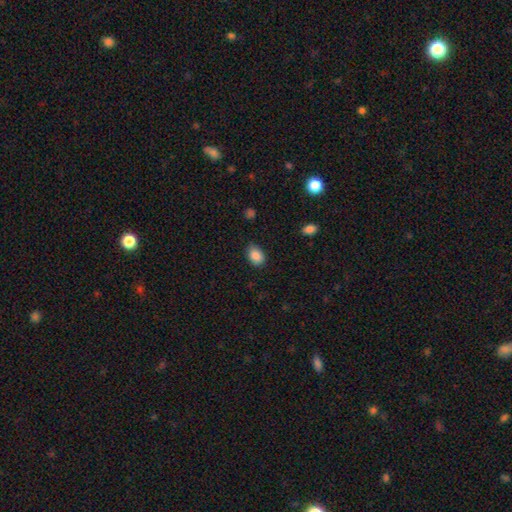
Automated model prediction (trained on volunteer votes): smooth_or_featured: smooth (p=0.87) [alt: star or artifact p=0.08]
how_rounded: in between (p=0.74) [alt: round p=0.25]
merging: none (p=0.80) [alt: minor disturbance p=0.16]